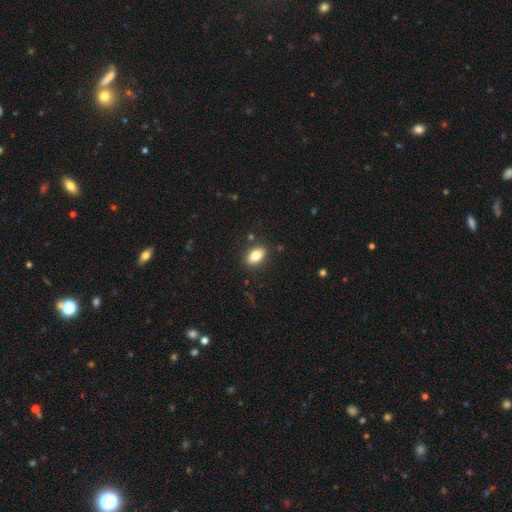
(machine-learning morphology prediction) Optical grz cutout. It shows a smooth galaxy with no disk features (80%) that is in between round and cigar-shaped (87%). Merging: none (86%).